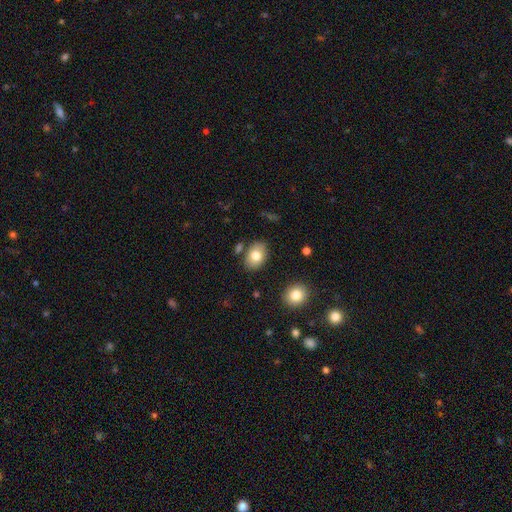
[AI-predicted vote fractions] smooth_or_featured: smooth (p=0.77) [alt: featured or disk p=0.15]
how_rounded: in between (p=0.78) [alt: round p=0.21]
merging: none (p=0.82) [alt: minor disturbance p=0.11]